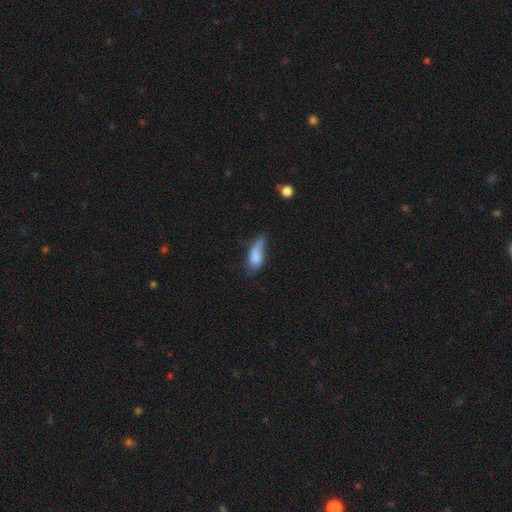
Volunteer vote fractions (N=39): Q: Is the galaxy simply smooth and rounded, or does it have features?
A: smooth — 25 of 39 (64%).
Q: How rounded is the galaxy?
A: in between — 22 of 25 (88%).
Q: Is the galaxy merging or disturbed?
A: minor disturbance — 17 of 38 (45%).